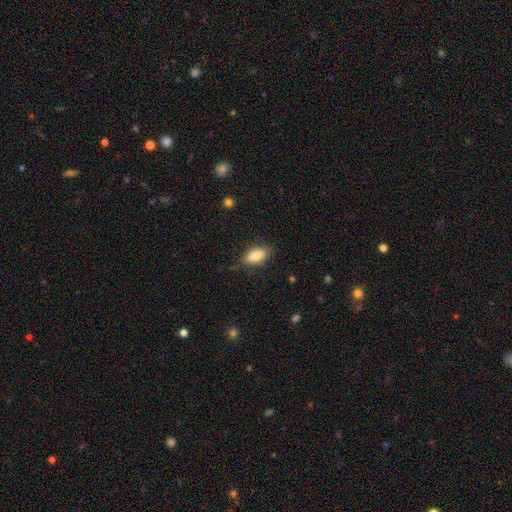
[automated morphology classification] smooth 80%, featured or disk 12%, star or artifact 7%. Down the decision tree: how rounded — in between (84%); merging — none (77%).